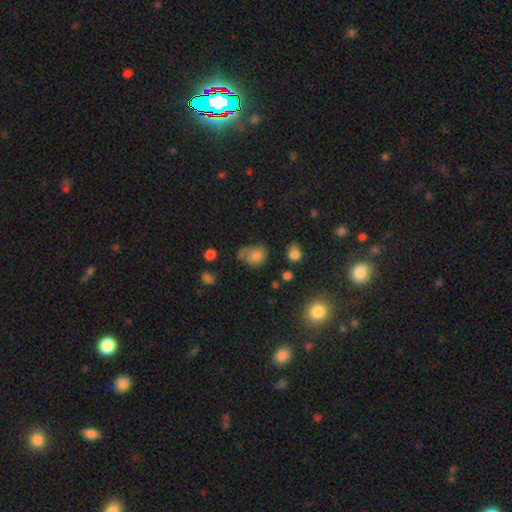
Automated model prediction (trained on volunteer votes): Smooth or featured: smooth — 72% (featured or disk — 14%)
How rounded: round — 57% (in between — 42%)
Merging: none — 40% (minor disturbance — 29%)